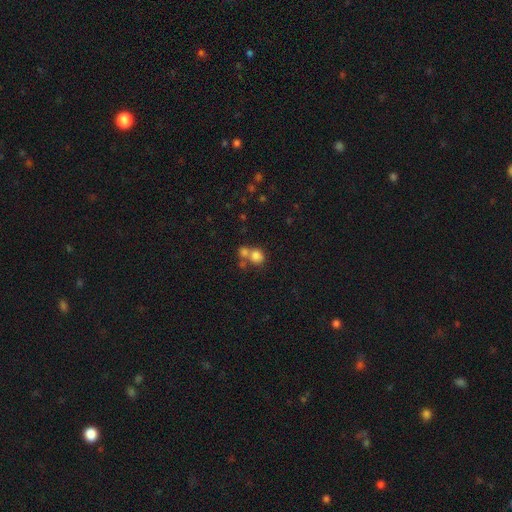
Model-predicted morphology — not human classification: Overall: smooth (79%). How rounded: round (73%). Merging: merger (49%; none 38%).